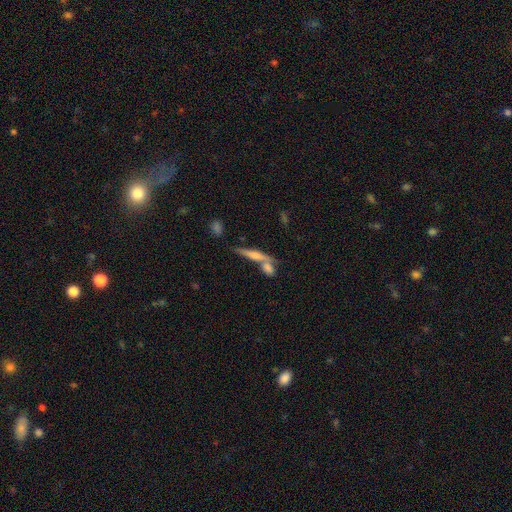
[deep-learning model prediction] smooth_or_featured: smooth (p=0.47) [alt: featured or disk p=0.45]
merging: none (p=0.48) [alt: merger p=0.38]